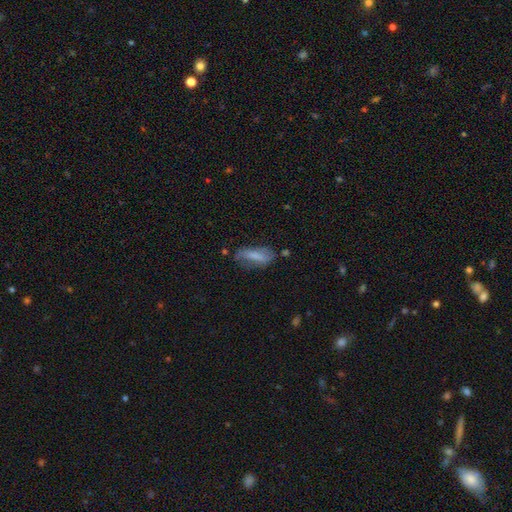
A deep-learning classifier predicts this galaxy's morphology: Q: Smooth or featured?
A: smooth (61%); runner-up: featured or disk (31%)
Q: How rounded?
A: in between (68%); runner-up: cigar-shaped (29%)
Q: Merging?
A: none (52%); runner-up: minor disturbance (29%)